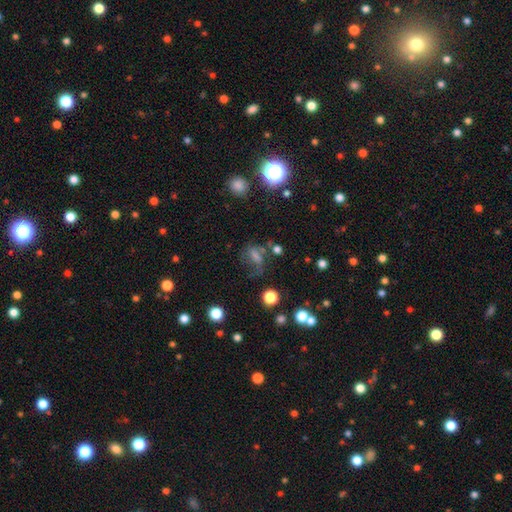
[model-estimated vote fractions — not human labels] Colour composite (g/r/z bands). It shows a smooth galaxy with no disk features (53%) that is in between round and cigar-shaped (66%). Merging: none (38%).